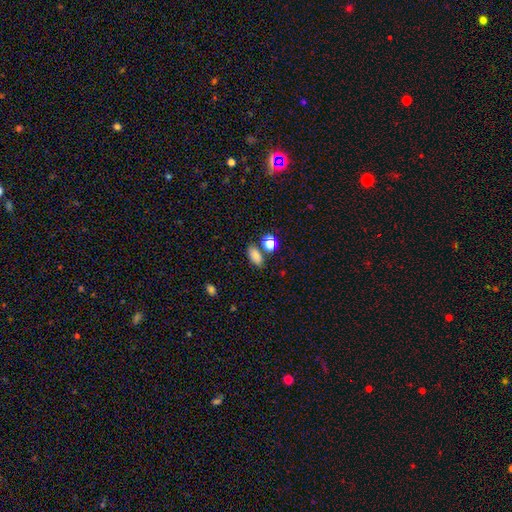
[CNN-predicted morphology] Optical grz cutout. It shows a smooth galaxy with no disk features (81%) that is in between round and cigar-shaped (87%). Merging: none (73%).